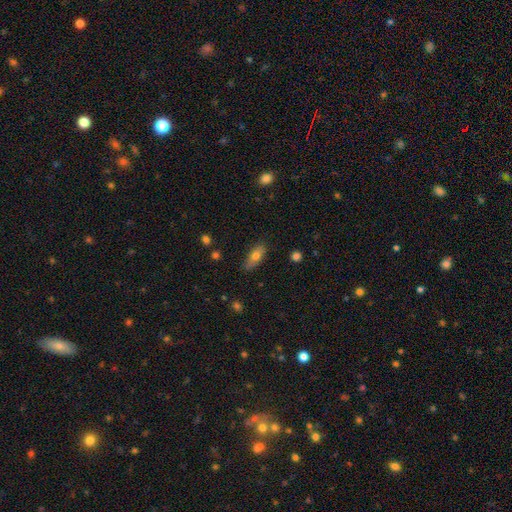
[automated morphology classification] This appears to be a smooth galaxy with no disk features (70%) that is in between round and cigar-shaped (68%). Merging: none (79%).